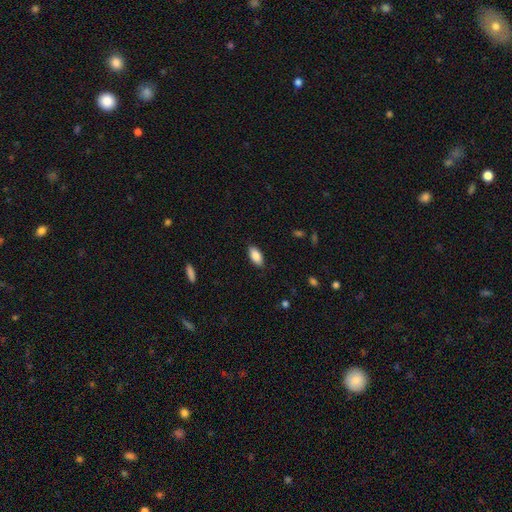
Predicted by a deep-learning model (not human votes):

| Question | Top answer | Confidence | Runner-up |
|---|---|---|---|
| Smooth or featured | smooth | 88% | star or artifact (6%) |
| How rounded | in between | 92% | cigar-shaped (6%) |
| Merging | none | 86% | minor disturbance (10%) |